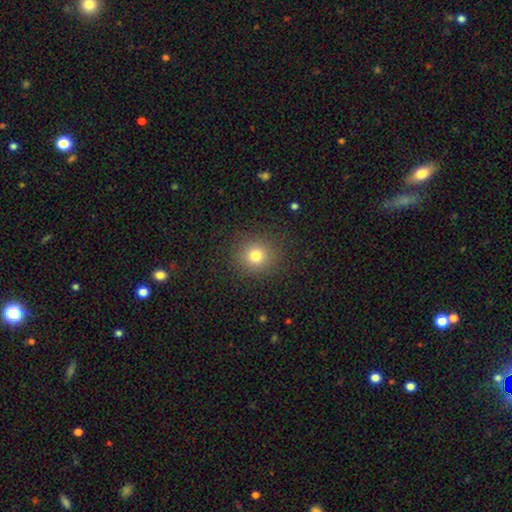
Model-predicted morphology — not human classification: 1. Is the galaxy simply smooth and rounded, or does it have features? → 78% smooth, 14% star or artifact, 8% featured or disk.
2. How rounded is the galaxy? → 89% round, 10% in between, 1% cigar-shaped.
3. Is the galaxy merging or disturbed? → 88% none, 7% minor disturbance, 3% major disturbance, 1% merger.